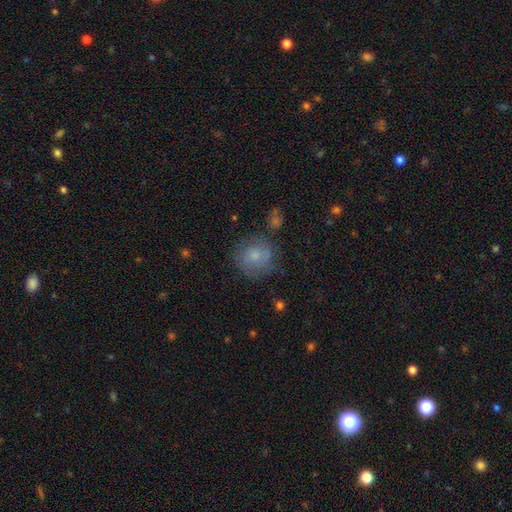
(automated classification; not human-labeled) Smooth or featured: smooth — 67% (featured or disk — 22%)
How rounded: round — 84% (in between — 15%)
Merging: none — 66% (minor disturbance — 20%)